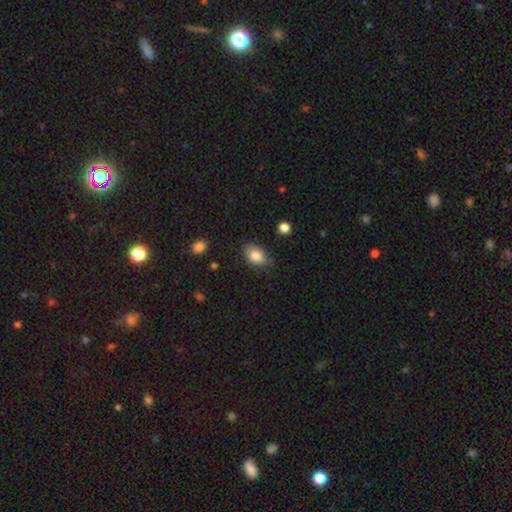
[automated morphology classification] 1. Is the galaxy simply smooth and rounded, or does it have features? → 83% smooth, 9% featured or disk, 8% star or artifact.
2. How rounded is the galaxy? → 84% in between, 14% round, 2% cigar-shaped.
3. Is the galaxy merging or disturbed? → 72% none, 22% minor disturbance, 4% major disturbance, 2% merger.